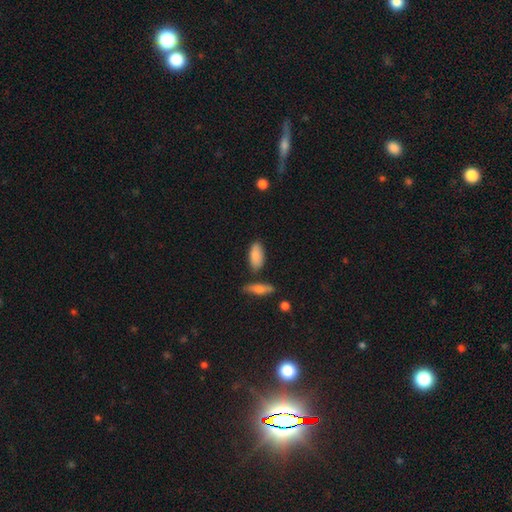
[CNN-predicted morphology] A smooth galaxy with no disk features (86%) that is in between round and cigar-shaped (89%). Merging: none (76%).